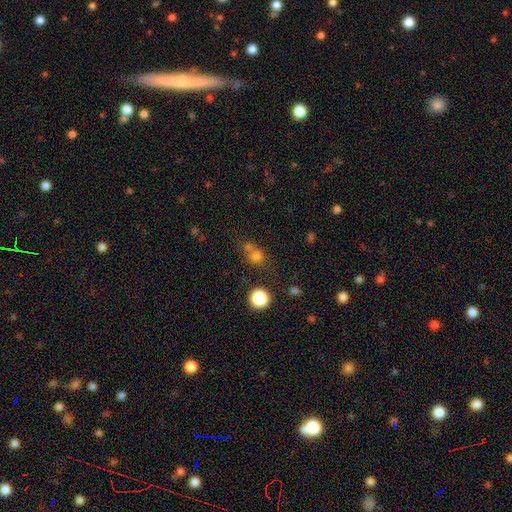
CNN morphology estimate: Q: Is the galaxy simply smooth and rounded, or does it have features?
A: smooth — 69%.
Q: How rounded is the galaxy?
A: round — 79%.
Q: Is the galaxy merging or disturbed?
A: none — 50%.